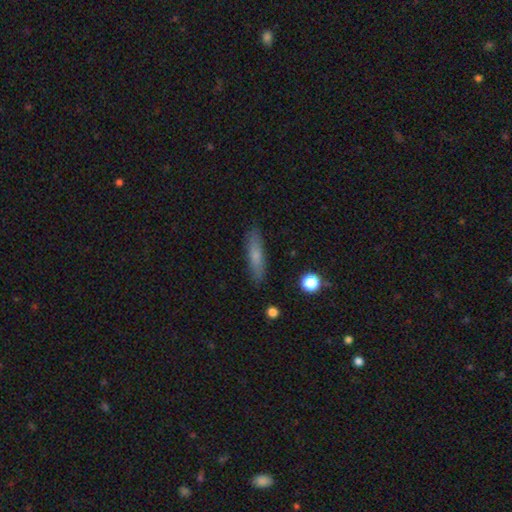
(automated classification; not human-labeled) Smooth or featured? Predicted: smooth (p=0.68). How rounded? Predicted: cigar-shaped (p=0.78). Merging? Predicted: none (p=0.87).